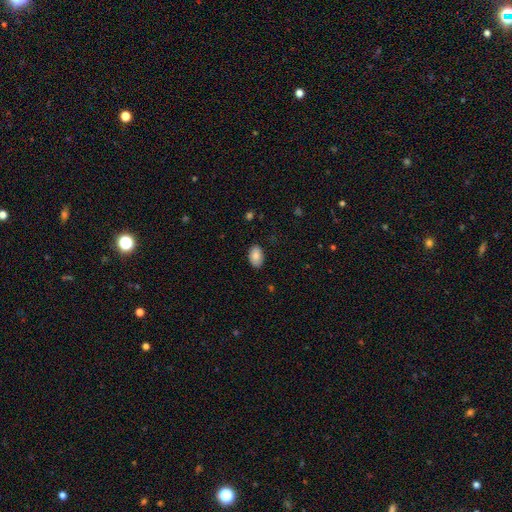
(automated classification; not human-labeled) A smooth galaxy with no disk features (86%) that is in between round and cigar-shaped (91%). Merging: none (87%).